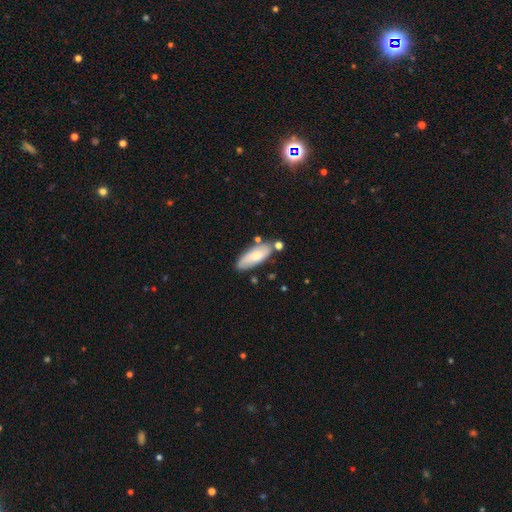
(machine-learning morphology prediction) type=smooth (73%); roundness=in between (72%); merging=none (74%).